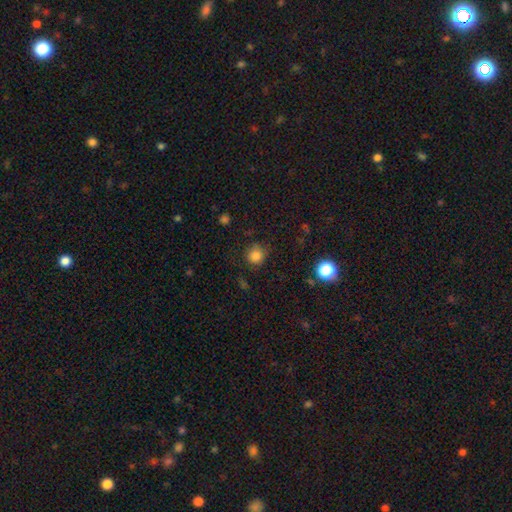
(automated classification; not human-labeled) smooth-or-featured: smooth: 83% | star or artifact: 12% | featured or disk: 5%
  how-rounded: round: 91% | in between: 8% | cigar-shaped: 1%
  merging: none: 81% | minor disturbance: 14% | major disturbance: 4% | merger: 2%